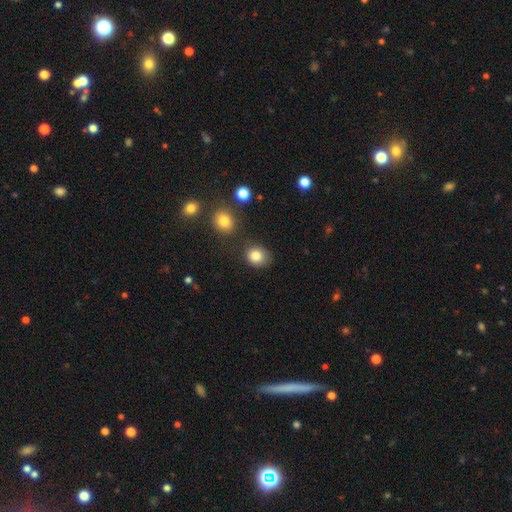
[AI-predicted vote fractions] Smooth or featured?
  - smooth: 84% *
  - star or artifact: 10%
  - featured or disk: 5%
How rounded?
  - round: 68% *
  - in between: 31%
  - cigar-shaped: 1%
Merging?
  - none: 76% *
  - minor disturbance: 14%
  - merger: 6%
  - major disturbance: 4%